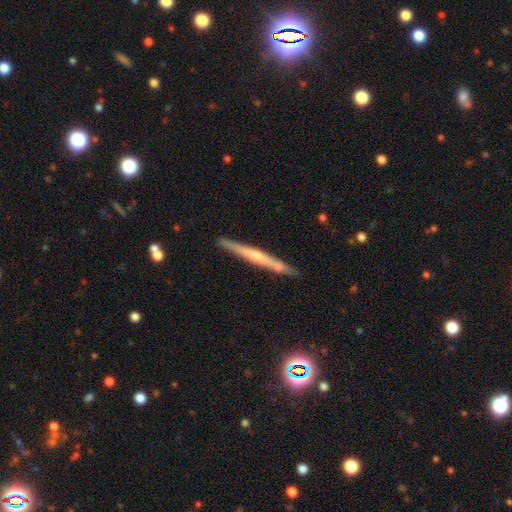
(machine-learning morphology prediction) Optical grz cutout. It shows a featured or disk galaxy (59%) viewed edge-on (97%) with no central bulge (48%). Merging: none (84%).